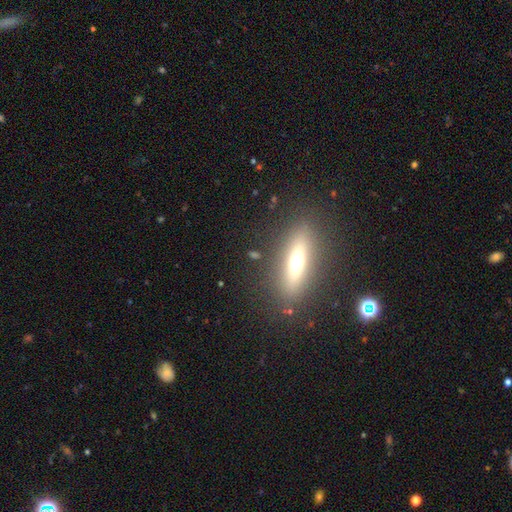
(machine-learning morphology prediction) type=featured or disk (45%); merging=none (85%).